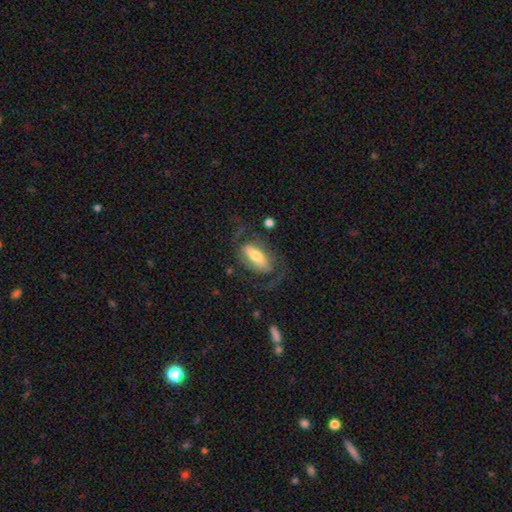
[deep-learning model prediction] Q: Smooth or featured?
A: featured or disk (54%); runner-up: smooth (39%)
Q: Edge-on disk?
A: no (83%); runner-up: yes (17%)
Q: Merging?
A: none (52%); runner-up: major disturbance (28%)